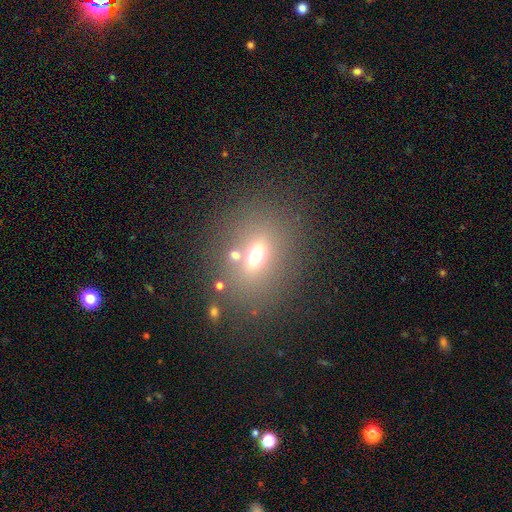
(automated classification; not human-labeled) Smooth or featured? smooth (59%)
How rounded? in between (58%)
Merging? none (67%)